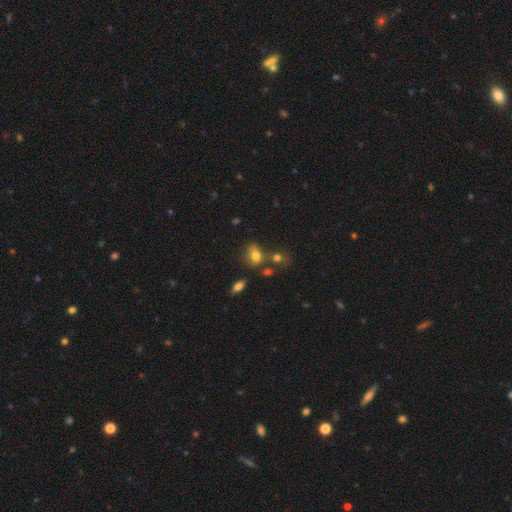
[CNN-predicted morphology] smooth-or-featured: smooth: 74% | featured or disk: 13% | star or artifact: 13%
  how-rounded: in between: 73% | round: 24% | cigar-shaped: 3%
  merging: none: 46% | merger: 23% | minor disturbance: 21% | major disturbance: 10%